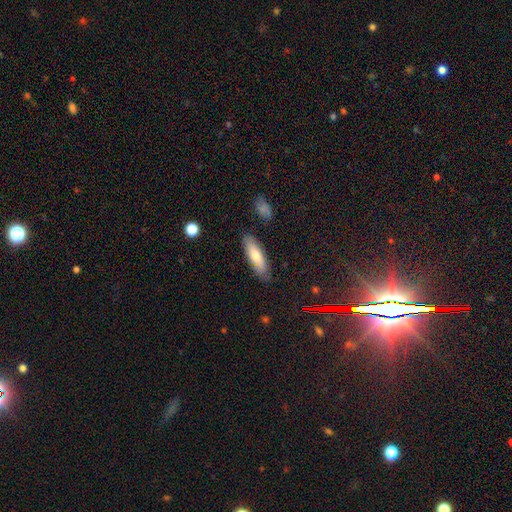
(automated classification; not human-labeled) The model was most divided on "how rounded": cigar-shaped: 50%, in between: 48%, round: 2%. More confident: merging — none (84%); smooth or featured — smooth (74%).